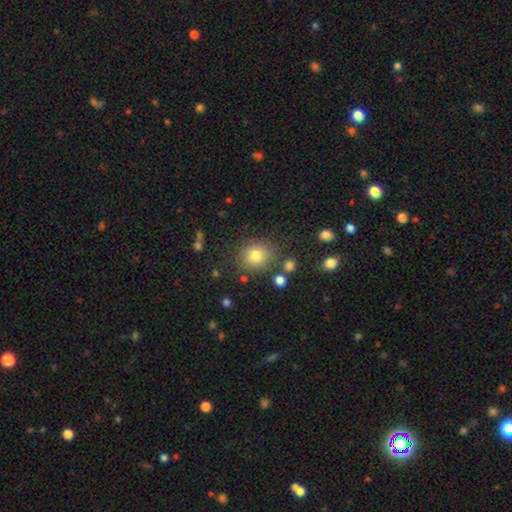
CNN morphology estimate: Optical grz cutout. It shows a smooth galaxy with no disk features (78%) that is round (79%). Merging: none (81%).